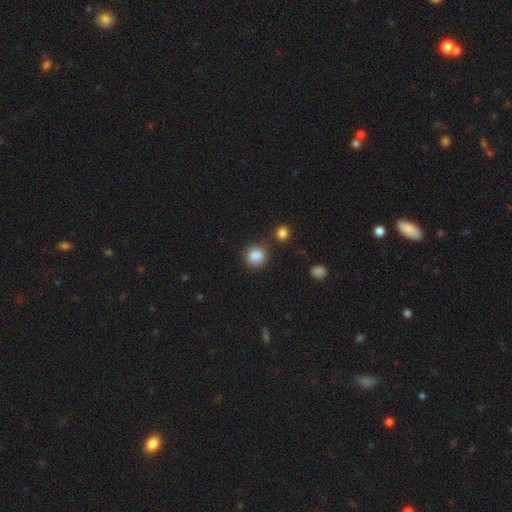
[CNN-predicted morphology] Smooth or featured: smooth — 86% (star or artifact — 10%)
How rounded: round — 69% (in between — 30%)
Merging: none — 74% (minor disturbance — 13%)